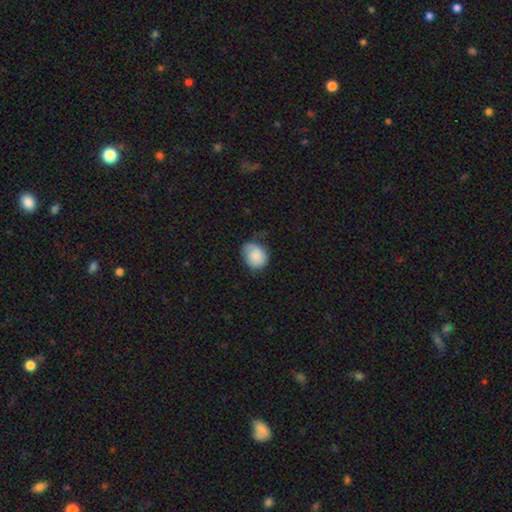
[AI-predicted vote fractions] smooth 79%, featured or disk 14%, star or artifact 7%. Down the decision tree: how rounded — round (59%); merging — none (55%).